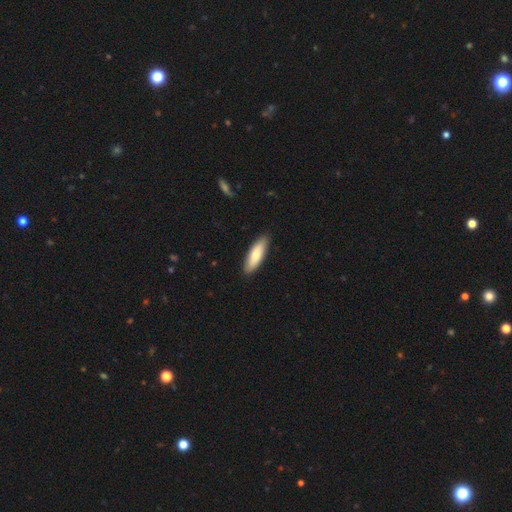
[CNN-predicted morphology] smooth_or_featured: smooth (p=0.79) [alt: featured or disk p=0.16]
how_rounded: cigar-shaped (p=0.50) [alt: in between p=0.49]
merging: none (p=0.88) [alt: minor disturbance p=0.10]